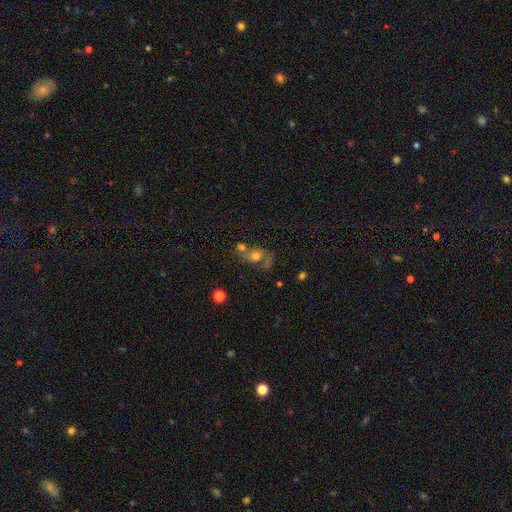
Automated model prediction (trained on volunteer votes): The model was most divided on "smooth or featured": featured or disk: 43%, smooth: 41%, star or artifact: 17%. Remaining: merging — none (38%).